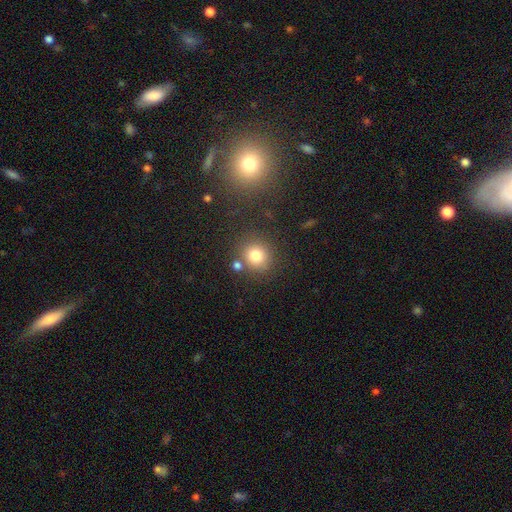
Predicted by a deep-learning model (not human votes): Q: Smooth or featured?
A: smooth (79%); runner-up: star or artifact (13%)
Q: How rounded?
A: round (88%); runner-up: in between (11%)
Q: Merging?
A: none (75%); runner-up: merger (11%)